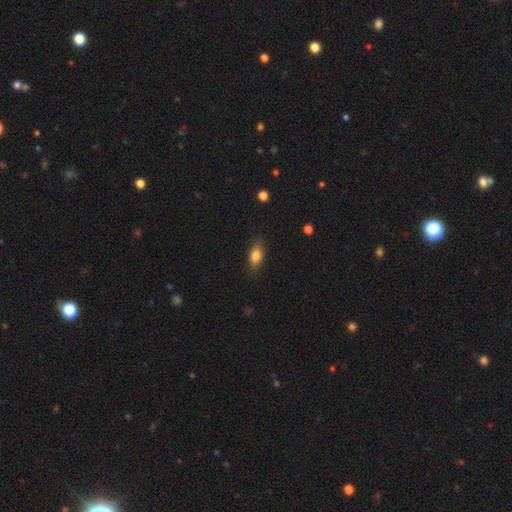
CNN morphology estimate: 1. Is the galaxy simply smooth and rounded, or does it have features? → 80% smooth, 12% featured or disk, 8% star or artifact.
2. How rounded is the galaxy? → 81% in between, 11% cigar-shaped, 7% round.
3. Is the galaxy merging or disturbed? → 84% none, 12% minor disturbance, 3% major disturbance, 1% merger.